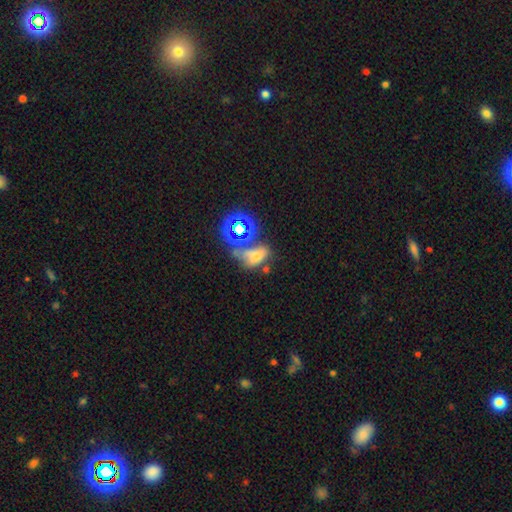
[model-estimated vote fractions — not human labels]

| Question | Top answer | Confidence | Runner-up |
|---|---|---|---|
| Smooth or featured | smooth | 42% | star or artifact (36%) |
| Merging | none | 36% | merger (32%) |